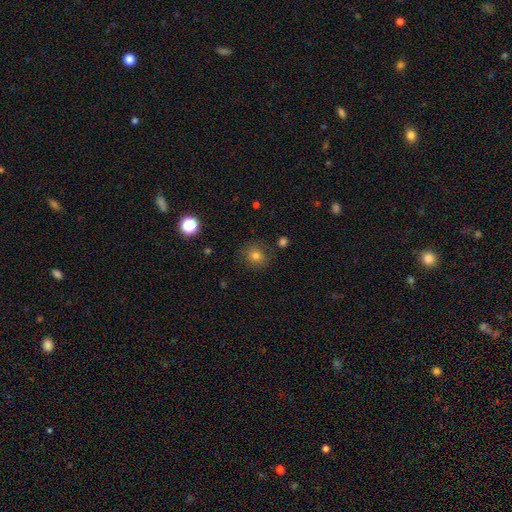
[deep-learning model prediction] smooth 78%, star or artifact 14%, featured or disk 8%. Down the decision tree: how rounded — round (83%); merging — none (83%).